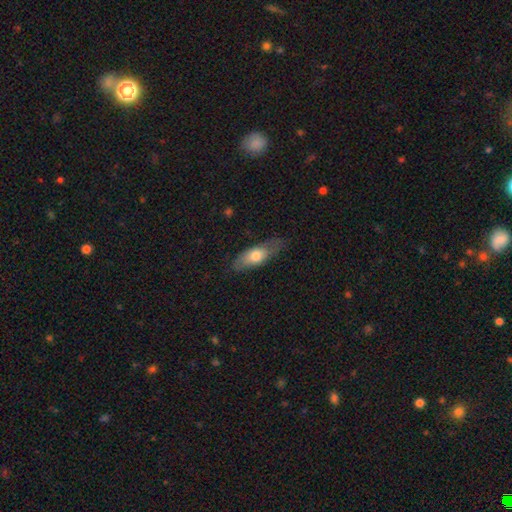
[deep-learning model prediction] Smooth or featured? smooth (66%)
How rounded? in between (70%)
Merging? none (69%)